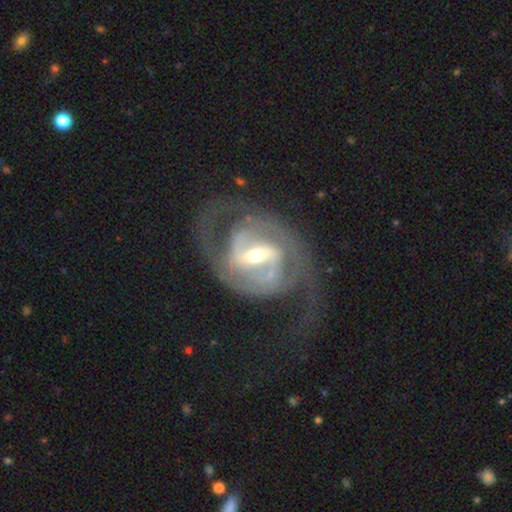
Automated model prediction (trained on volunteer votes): The model was most divided on "spiral winding": medium: 45%, tight: 38%, loose: 18%. More confident: edge-on disk — no (96%); spiral arms — yes (93%); smooth or featured — featured or disk (89%); spiral arm count — 2 (79%); merging — none (61%); bar — strong (54%); bulge size — moderate (53%).